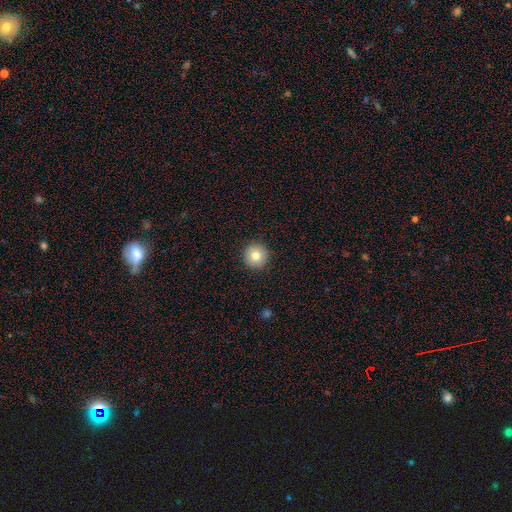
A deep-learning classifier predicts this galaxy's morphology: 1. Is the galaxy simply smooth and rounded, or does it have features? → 78% smooth, 12% featured or disk, 10% star or artifact.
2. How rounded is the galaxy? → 96% round, 3% in between, 1% cigar-shaped.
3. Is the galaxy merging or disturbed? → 92% none, 5% minor disturbance, 2% major disturbance, 1% merger.